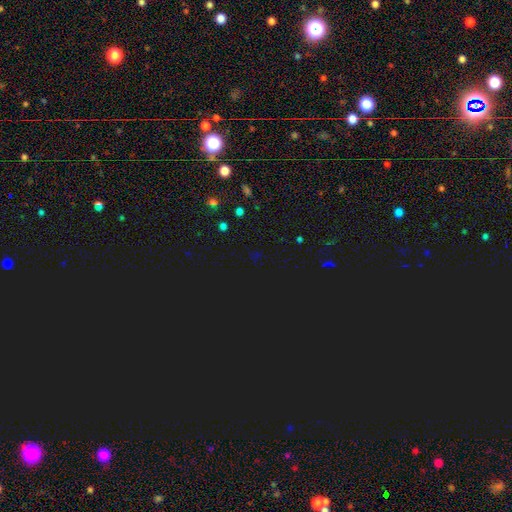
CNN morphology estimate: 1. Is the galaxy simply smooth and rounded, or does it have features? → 71% star or artifact, 23% smooth, 6% featured or disk.